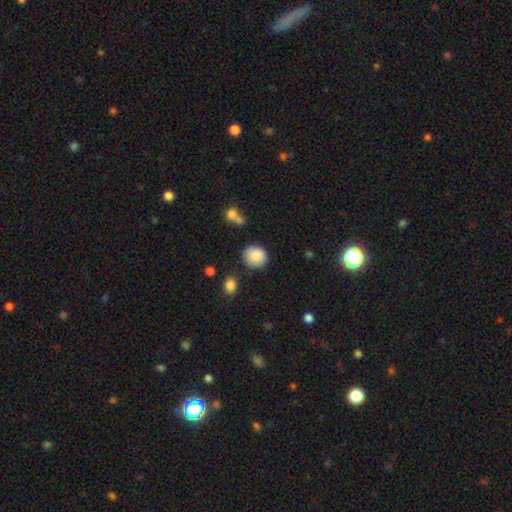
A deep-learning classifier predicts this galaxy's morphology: smooth 87%, star or artifact 8%, featured or disk 6%. Down the decision tree: how rounded — round (87%); merging — none (77%).